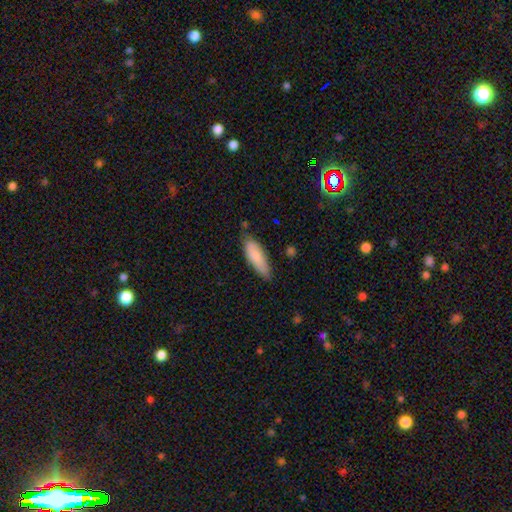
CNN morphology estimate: This appears to be a smooth galaxy with no disk features (83%) that is in between round and cigar-shaped (54%). Merging: none (71%).